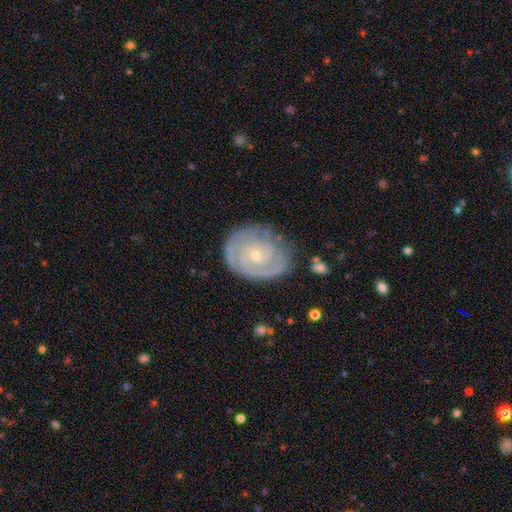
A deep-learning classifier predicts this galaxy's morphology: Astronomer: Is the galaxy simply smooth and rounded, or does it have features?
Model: featured or disk — 84%.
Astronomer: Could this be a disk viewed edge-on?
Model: no — 97%.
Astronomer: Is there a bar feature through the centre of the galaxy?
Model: no — 74%.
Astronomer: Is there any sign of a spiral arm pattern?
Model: yes — 95%.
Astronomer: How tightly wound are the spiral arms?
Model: tight — 76%.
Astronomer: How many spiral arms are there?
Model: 2 — 45% (runner-up: can't tell, 24%).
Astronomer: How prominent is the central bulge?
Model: small — 78%.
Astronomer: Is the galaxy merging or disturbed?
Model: none — 77%.